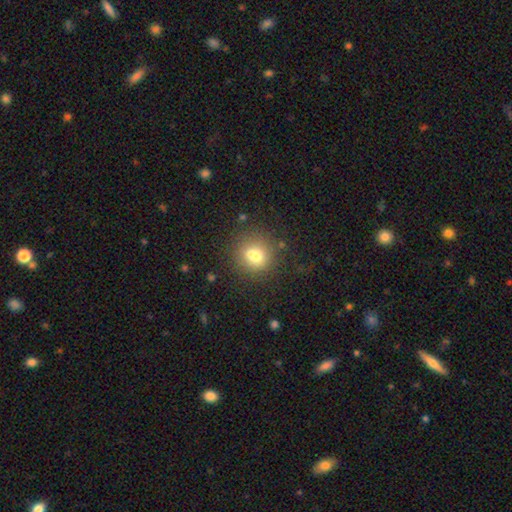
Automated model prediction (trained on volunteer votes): smooth_or_featured: smooth (p=0.69) [alt: featured or disk p=0.18]
how_rounded: round (p=0.83) [alt: in between p=0.16]
merging: none (p=0.61) [alt: merger p=0.23]